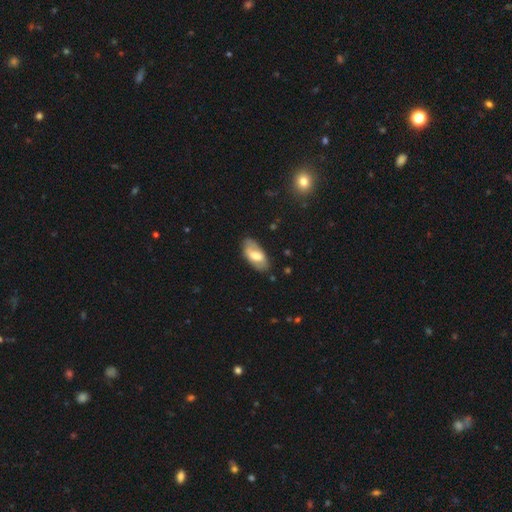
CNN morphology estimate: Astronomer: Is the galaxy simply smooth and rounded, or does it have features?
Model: smooth — 60%.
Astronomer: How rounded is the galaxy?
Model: in between — 92%.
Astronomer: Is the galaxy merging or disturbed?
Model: none — 72%.